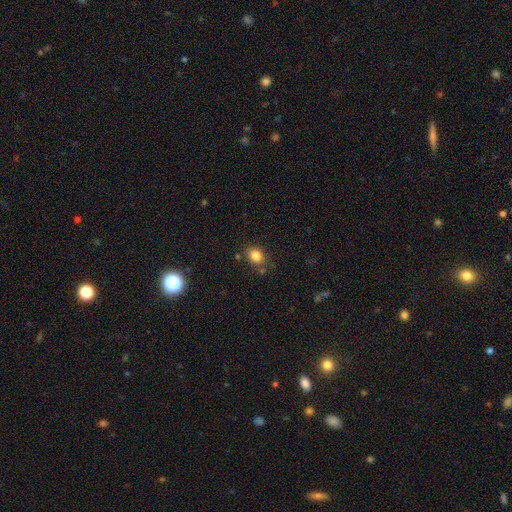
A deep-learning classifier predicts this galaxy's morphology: This is clearly a smooth galaxy (82%). How rounded: possibly round (59%). Merging: likely none (78%).